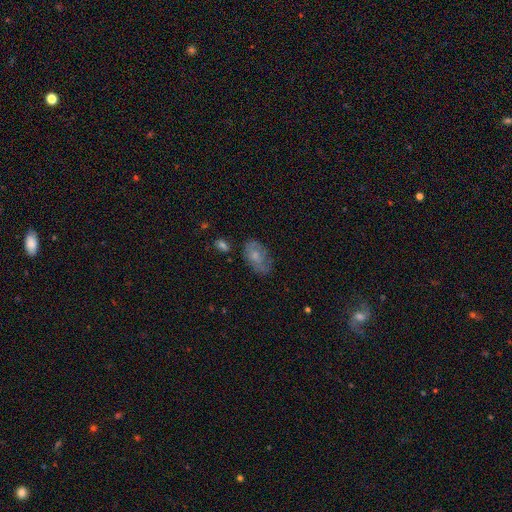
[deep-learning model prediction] smooth-or-featured: smooth: 55% | featured or disk: 36% | star or artifact: 9%
  how-rounded: in between: 89% | round: 9% | cigar-shaped: 2%
  merging: none: 58% | minor disturbance: 27% | major disturbance: 11% | merger: 4%